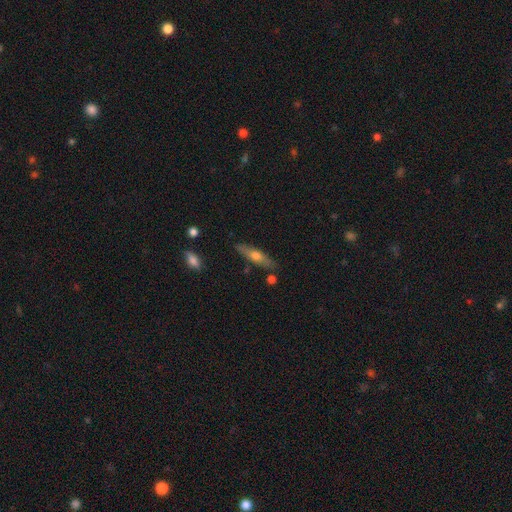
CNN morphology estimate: Overall: featured or disk (49%; smooth 45%). Merging: none (83%).